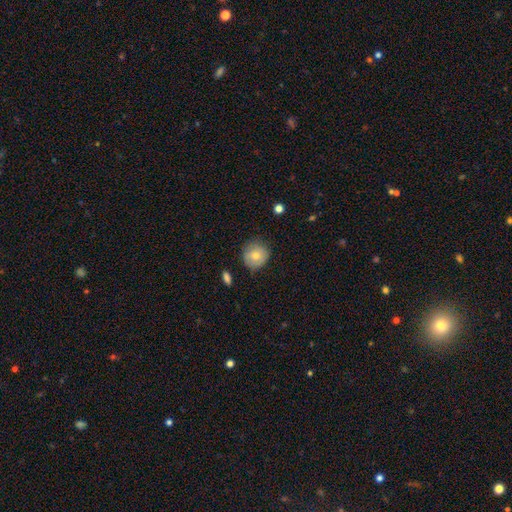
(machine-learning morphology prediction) This is likely a smooth galaxy (75%). How rounded: clearly round (90%). Merging: likely none (78%).